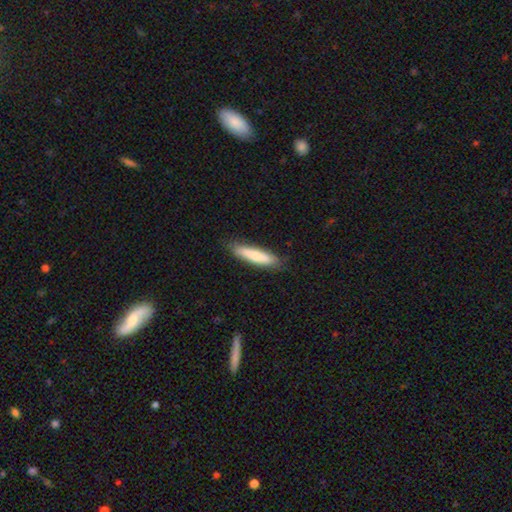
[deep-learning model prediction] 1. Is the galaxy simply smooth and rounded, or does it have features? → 76% smooth, 18% featured or disk, 6% star or artifact.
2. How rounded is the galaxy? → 79% cigar-shaped, 19% in between, 1% round.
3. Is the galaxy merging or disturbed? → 83% none, 13% minor disturbance, 3% major disturbance, 1% merger.